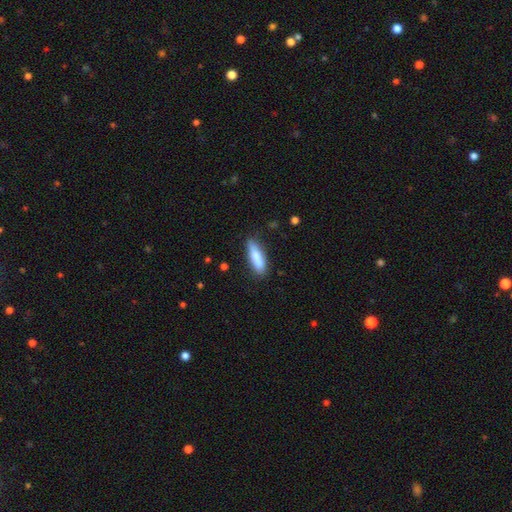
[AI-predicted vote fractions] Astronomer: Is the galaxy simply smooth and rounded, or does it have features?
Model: smooth — 72%.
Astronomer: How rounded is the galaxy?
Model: cigar-shaped — 59% (runner-up: in between, 39%).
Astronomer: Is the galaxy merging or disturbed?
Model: none — 77%.